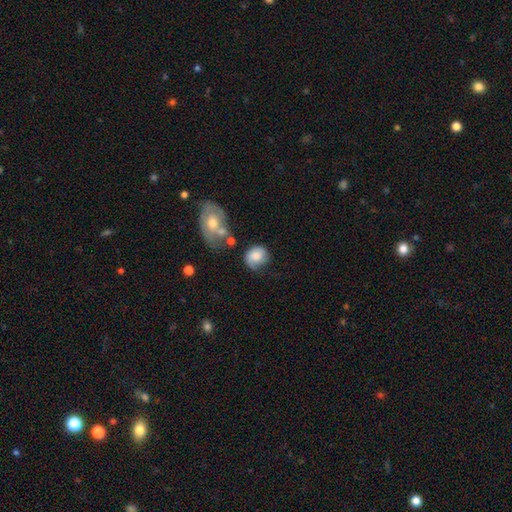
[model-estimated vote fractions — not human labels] smooth_or_featured: smooth (p=0.69) [alt: featured or disk p=0.23]
how_rounded: round (p=0.66) [alt: in between p=0.33]
merging: none (p=0.44) [alt: minor disturbance p=0.31]